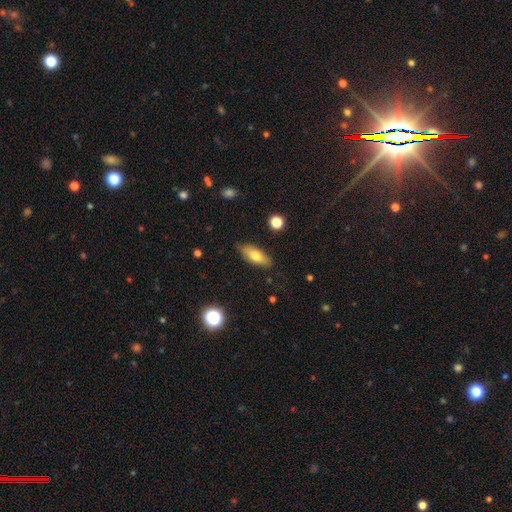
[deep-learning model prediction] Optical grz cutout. It shows a smooth galaxy with no disk features (70%) that is in between round and cigar-shaped (72%). Merging: none (83%).